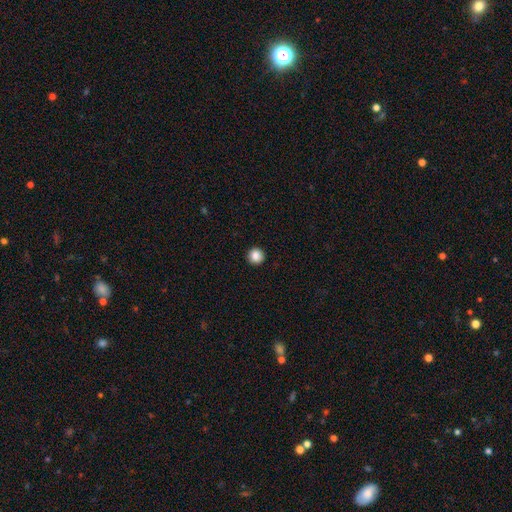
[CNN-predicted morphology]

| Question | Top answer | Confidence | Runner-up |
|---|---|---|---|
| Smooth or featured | smooth | 87% | star or artifact (9%) |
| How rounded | round | 95% | in between (4%) |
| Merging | none | 93% | minor disturbance (4%) |